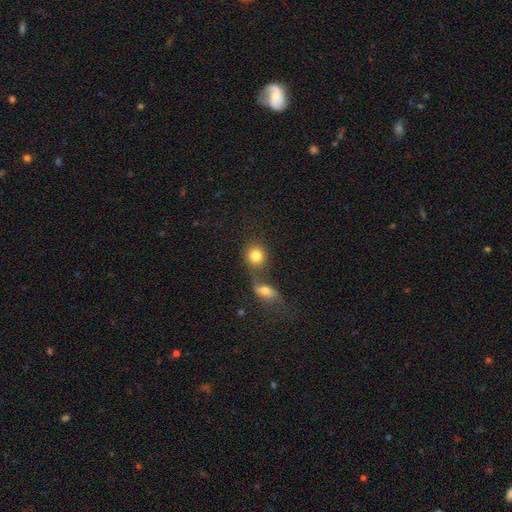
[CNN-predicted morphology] This is clearly a smooth galaxy (82%). How rounded: likely round (79%). Merging: marginally merger (44%).